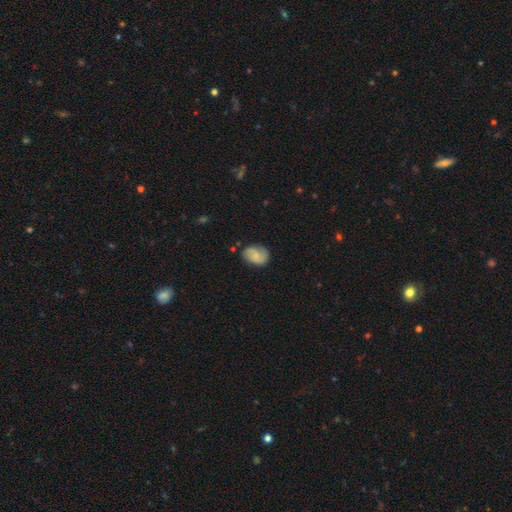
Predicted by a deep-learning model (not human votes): featured or disk 51%, smooth 41%, star or artifact 8%. Down the decision tree: edge-on disk — no (97%); merging — none (69%).